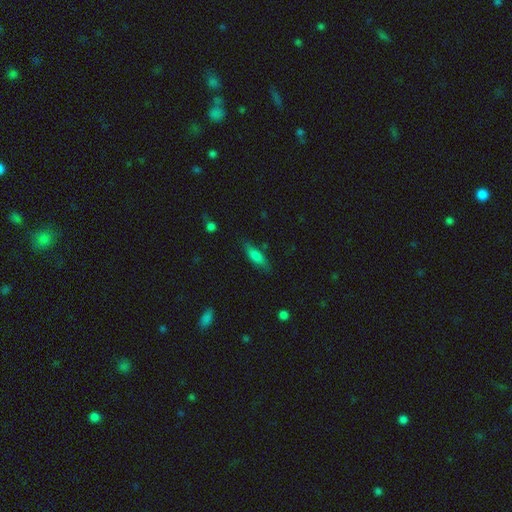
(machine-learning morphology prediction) Smooth or featured?
  - smooth: 78% *
  - featured or disk: 15%
  - star or artifact: 8%
How rounded?
  - in between: 52% *
  - cigar-shaped: 46%
  - round: 2%
Merging?
  - none: 76% *
  - minor disturbance: 18%
  - major disturbance: 4%
  - merger: 2%